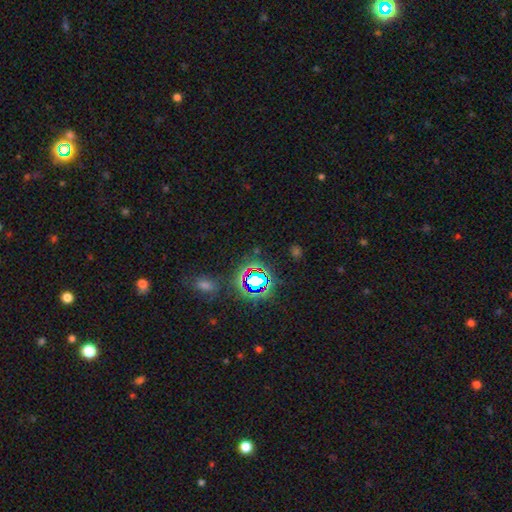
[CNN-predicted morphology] A star or artifact, not a galaxy (74%).